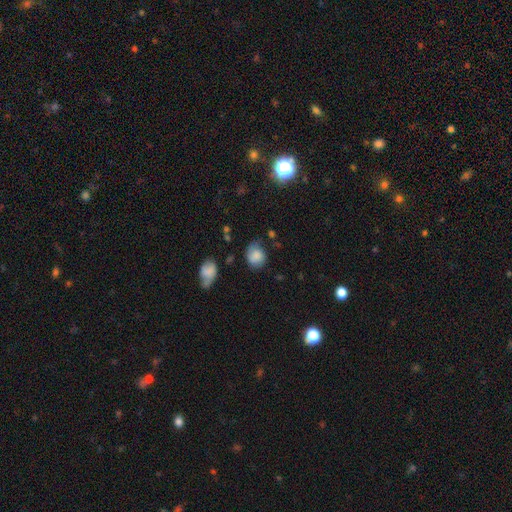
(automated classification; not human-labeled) Q: Smooth or featured?
A: smooth (75%); runner-up: featured or disk (15%)
Q: How rounded?
A: round (59%); runner-up: in between (40%)
Q: Merging?
A: none (51%); runner-up: minor disturbance (33%)